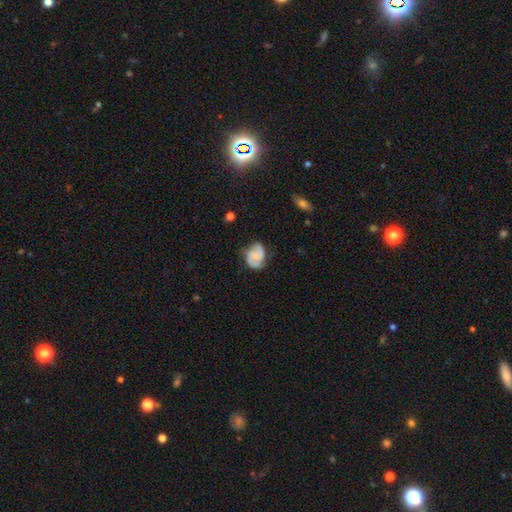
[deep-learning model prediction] A featured or disk galaxy (68%) with no bar (57%), 2 (81%) medium (47%) spiral arms (91%) and a small central bulge (50%). Merging: none (60%).